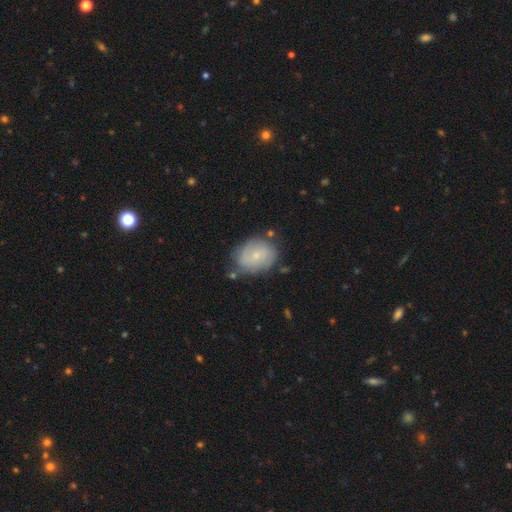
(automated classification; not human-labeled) Morphology: type=featured or disk (50%); merging=none (70%).